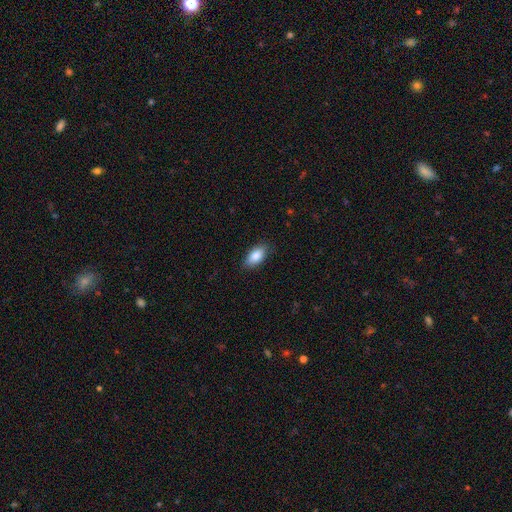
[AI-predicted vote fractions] A smooth galaxy with no disk features (86%) that is in between round and cigar-shaped (91%). Merging: none (85%).